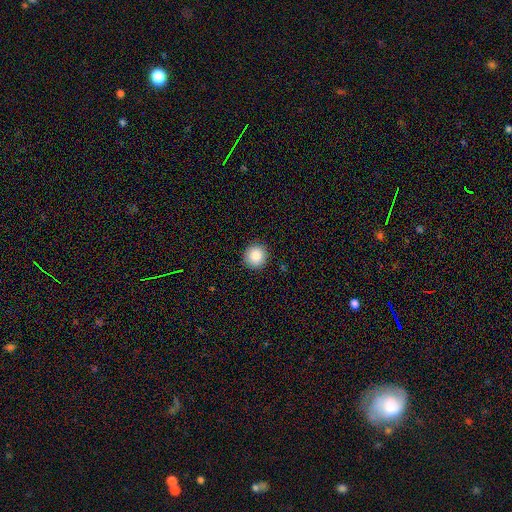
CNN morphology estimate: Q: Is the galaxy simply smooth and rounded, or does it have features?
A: smooth — 88%.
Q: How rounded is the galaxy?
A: round — 94%.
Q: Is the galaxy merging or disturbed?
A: none — 92%.